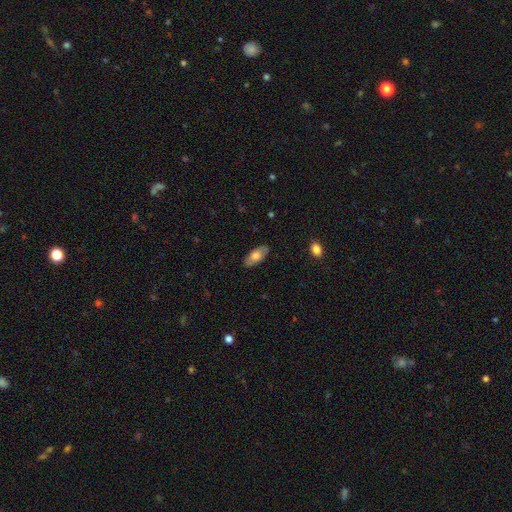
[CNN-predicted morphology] The model was most divided on "smooth or featured": smooth: 67%, featured or disk: 26%, star or artifact: 6%. More confident: how rounded — in between (88%); merging — none (85%).